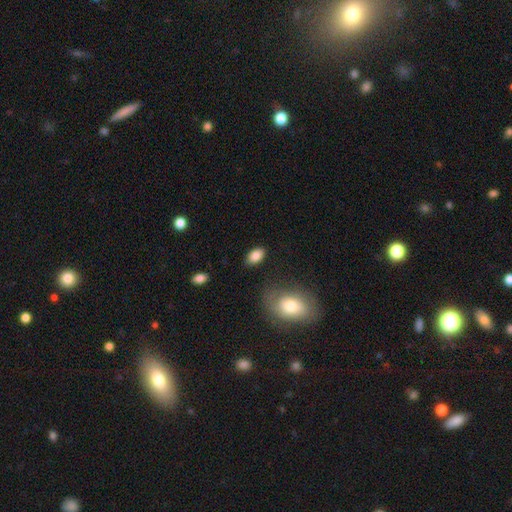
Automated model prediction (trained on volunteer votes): Q: Smooth or featured?
A: smooth (86%); runner-up: star or artifact (8%)
Q: How rounded?
A: in between (89%); runner-up: round (9%)
Q: Merging?
A: none (84%); runner-up: minor disturbance (11%)